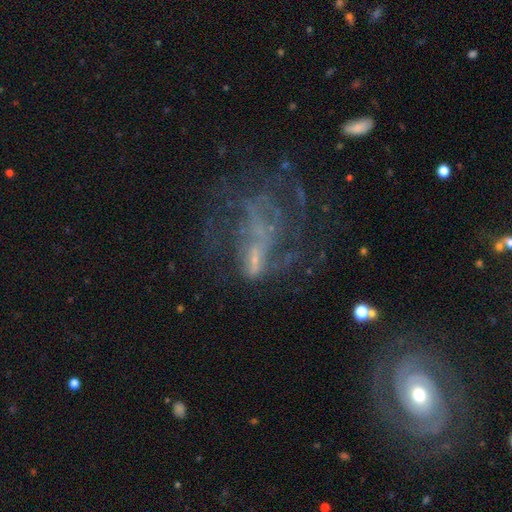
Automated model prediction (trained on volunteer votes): Smooth or featured?
  - featured or disk: 65% *
  - star or artifact: 20%
  - smooth: 15%
Edge-on disk?
  - no: 96% *
  - yes: 4%
Bar?
  - no: 63% *
  - weak: 25%
  - strong: 11%
Spiral arms?
  - no: 62% *
  - yes: 38%
Bulge size?
  - none: 49% *
  - small: 38%
  - moderate: 10%
  - large: 2%
  - dominant: 1%
Merging?
  - major disturbance: 43% *
  - none: 35%
  - minor disturbance: 14%
  - merger: 8%